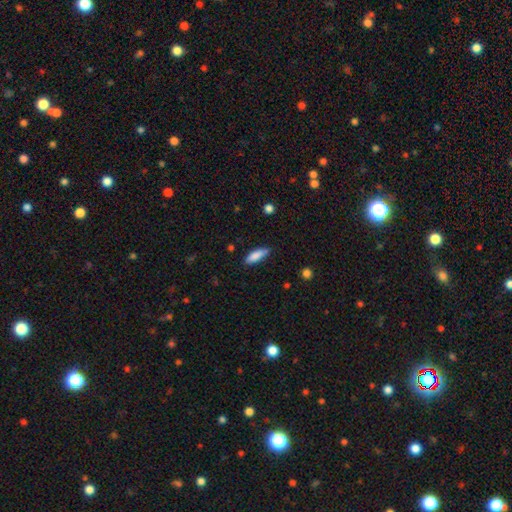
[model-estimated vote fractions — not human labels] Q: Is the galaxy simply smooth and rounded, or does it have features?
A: smooth — 84%.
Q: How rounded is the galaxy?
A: in between — 49%, tied with cigar-shaped.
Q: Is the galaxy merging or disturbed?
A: none — 75%.